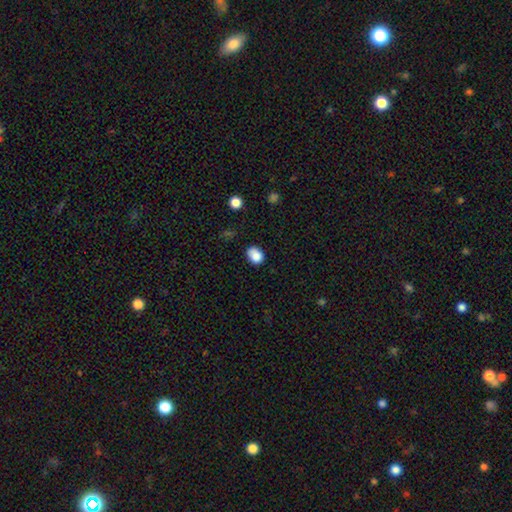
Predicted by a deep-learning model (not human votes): This is clearly a smooth galaxy (86%). How rounded: likely in between (64%). Merging: likely none (68%).